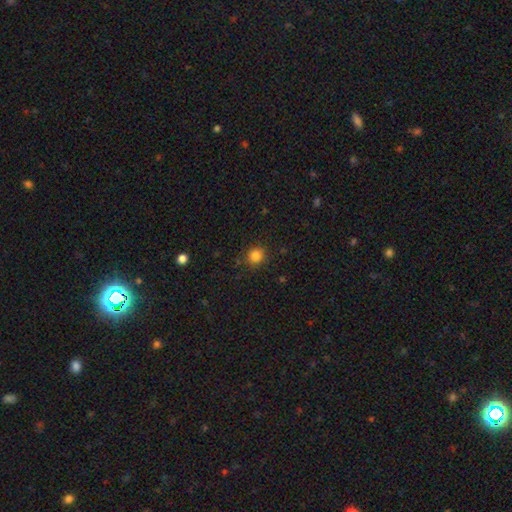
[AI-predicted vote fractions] smooth-or-featured: smooth: 84% | star or artifact: 12% | featured or disk: 4%
  how-rounded: round: 88% | in between: 11% | cigar-shaped: 1%
  merging: none: 86% | minor disturbance: 9% | major disturbance: 3% | merger: 2%